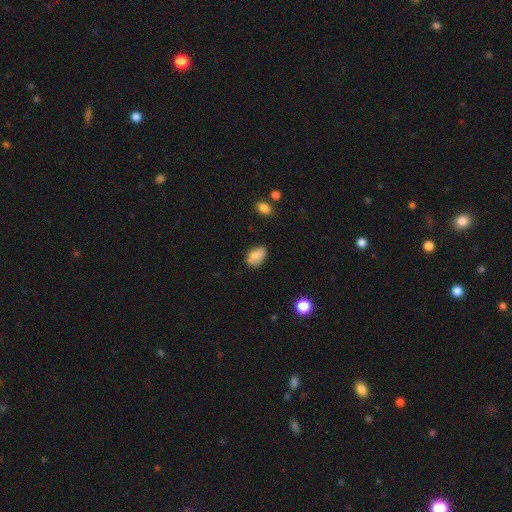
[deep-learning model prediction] Q: Smooth or featured?
A: smooth (77%); runner-up: featured or disk (14%)
Q: How rounded?
A: in between (87%); runner-up: round (12%)
Q: Merging?
A: none (60%); runner-up: minor disturbance (25%)